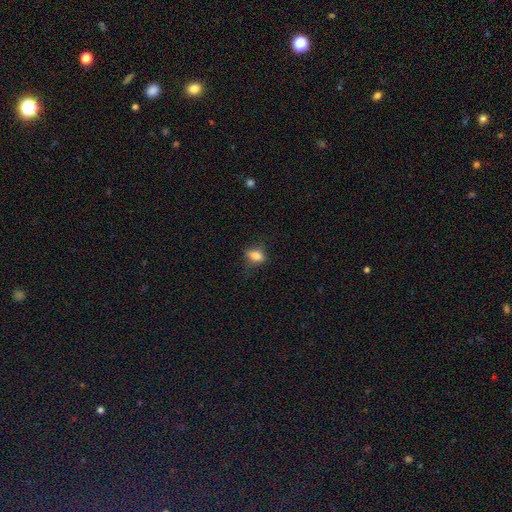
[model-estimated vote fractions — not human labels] Morphology: type=smooth (74%); roundness=in between (74%); merging=none (72%).